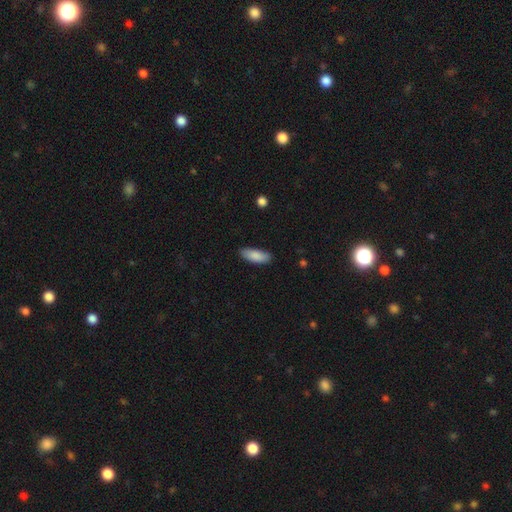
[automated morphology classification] Overall: smooth (88%). How rounded: in between (73%). Merging: none (86%).